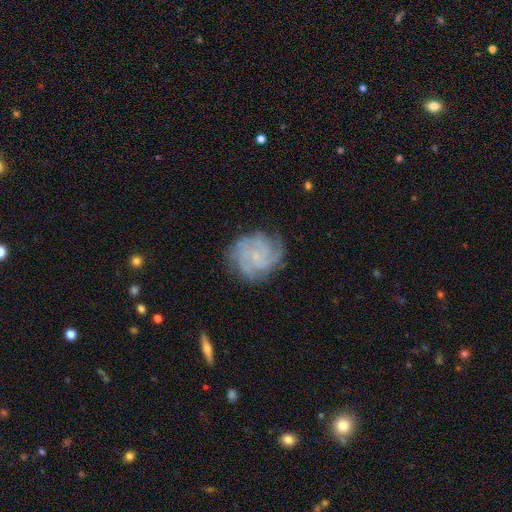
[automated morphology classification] Smooth or featured: featured or disk — 76% (smooth — 15%)
Edge-on disk: no — 98% (yes — 2%)
Bar: no — 73% (weak — 23%)
Spiral arms: yes — 95% (no — 5%)
Spiral winding: tight — 61% (medium — 31%)
Spiral arm count: 4 — 29% (can't tell — 28%)
Bulge size: small — 68% (none — 19%)
Merging: none — 76% (minor disturbance — 16%)